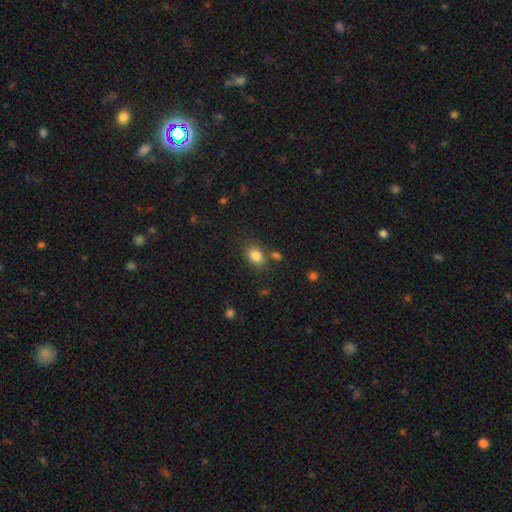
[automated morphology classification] Smooth or featured: smooth — 84% (star or artifact — 10%)
How rounded: in between — 69% (round — 30%)
Merging: none — 73% (minor disturbance — 13%)